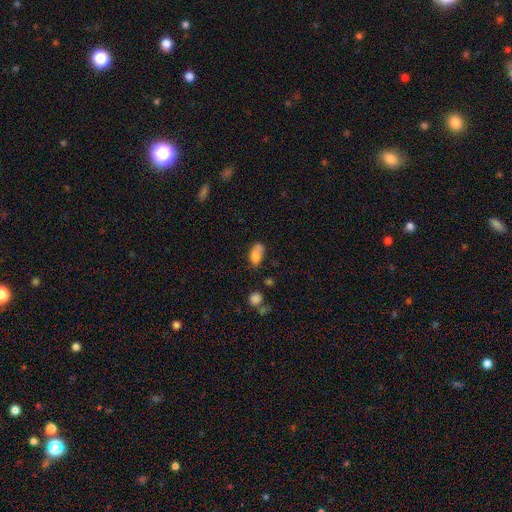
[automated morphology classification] Smooth or featured? Predicted: smooth (p=0.76). How rounded? Predicted: in between (p=0.83). Merging? Predicted: none (p=0.34).